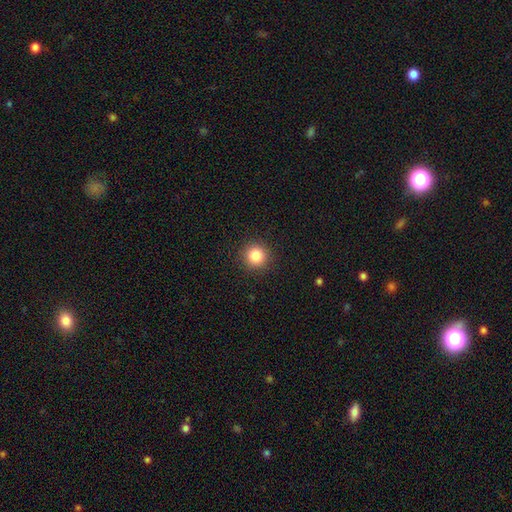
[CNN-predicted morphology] A smooth galaxy with no disk features (84%) that is round (94%). Merging: none (92%).